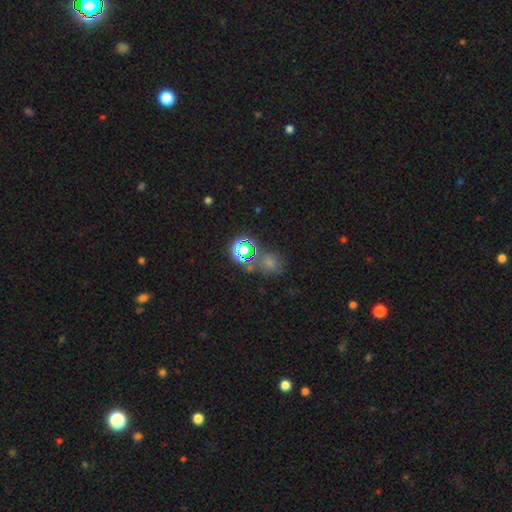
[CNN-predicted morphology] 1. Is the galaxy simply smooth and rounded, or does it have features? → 54% star or artifact, 35% smooth, 11% featured or disk.